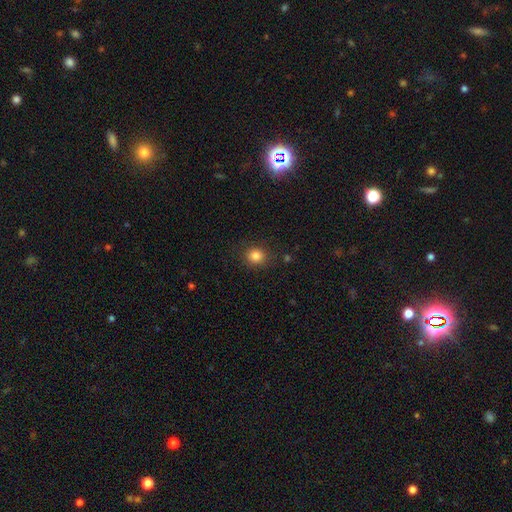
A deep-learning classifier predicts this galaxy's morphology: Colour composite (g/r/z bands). It shows a smooth galaxy with no disk features (83%) that is round (80%). Merging: none (85%).